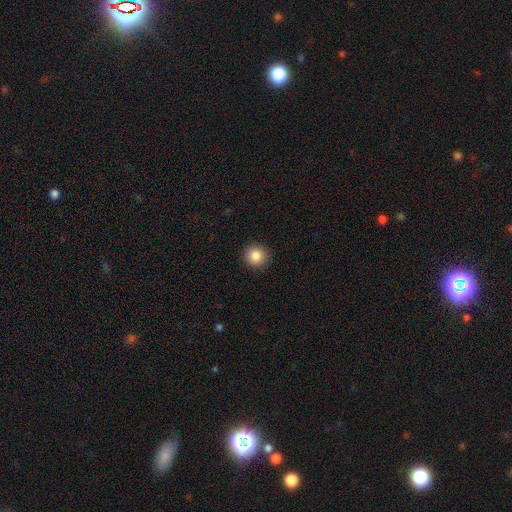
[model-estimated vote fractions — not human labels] This appears to be a smooth galaxy with no disk features (86%) that is round (95%). Merging: none (93%).